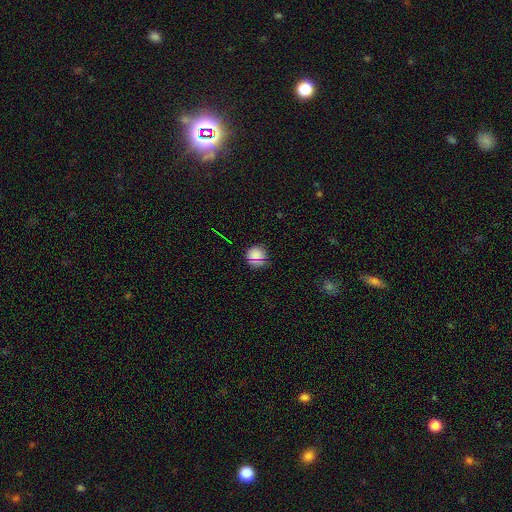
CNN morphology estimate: This appears to be a smooth galaxy with no disk features (72%) that is round (90%). Merging: none (85%).